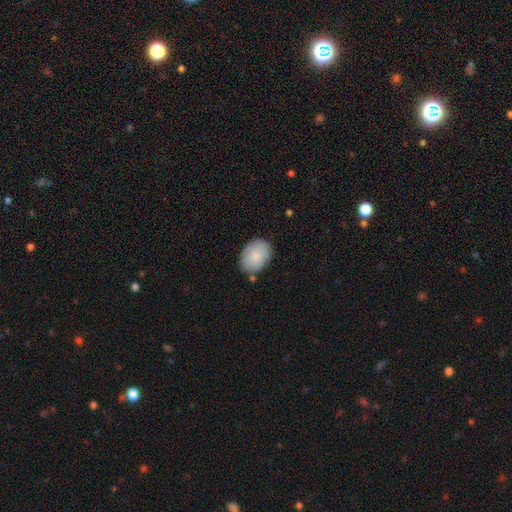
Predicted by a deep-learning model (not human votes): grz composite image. It shows a smooth galaxy with no disk features (85%) that is in between round and cigar-shaped (81%). Merging: none (79%).